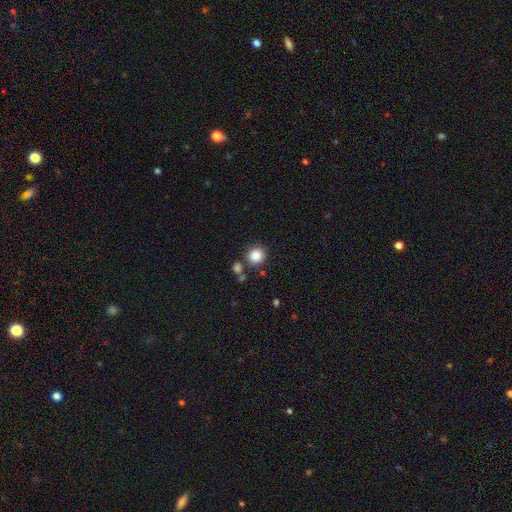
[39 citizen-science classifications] smooth 90%, star or artifact 10%, featured or disk 0%. Down the decision tree: how rounded — round (94%); merging — none (74%).